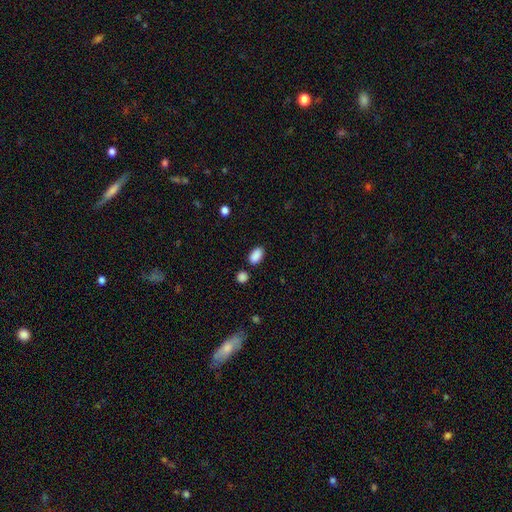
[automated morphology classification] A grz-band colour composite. It shows a smooth galaxy with no disk features (88%) that is in between round and cigar-shaped (91%). Merging: none (79%).